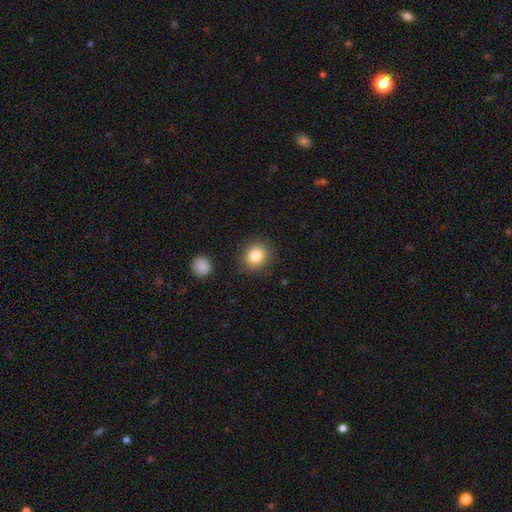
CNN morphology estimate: A smooth galaxy with no disk features (83%) that is round (71%).

Vote fractions:
- Smooth or featured? smooth: 83% / star or artifact: 10% / featured or disk: 7%
- How rounded? round: 71% / in between: 28% / cigar-shaped: 1%
- Merging? none: 84% / minor disturbance: 11% / major disturbance: 3% / merger: 2%